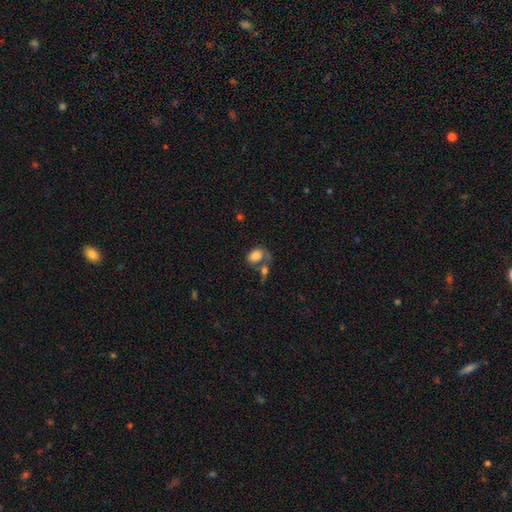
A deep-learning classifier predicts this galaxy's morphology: smooth-or-featured: smooth: 77% | featured or disk: 15% | star or artifact: 9%
  how-rounded: in between: 76% | round: 23% | cigar-shaped: 1%
  merging: merger: 41% | none: 29% | major disturbance: 15% | minor disturbance: 14%